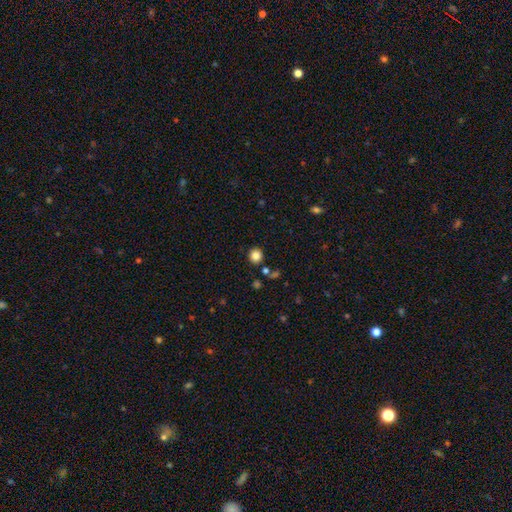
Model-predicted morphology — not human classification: type=smooth (83%); roundness=round (91%); merging=none (87%).